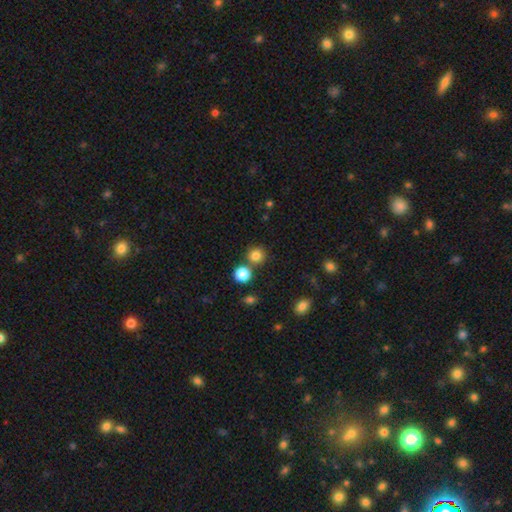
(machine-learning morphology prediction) smooth_or_featured: smooth (p=0.82) [alt: star or artifact p=0.13]
how_rounded: round (p=0.92) [alt: in between p=0.07]
merging: none (p=0.75) [alt: merger p=0.15]